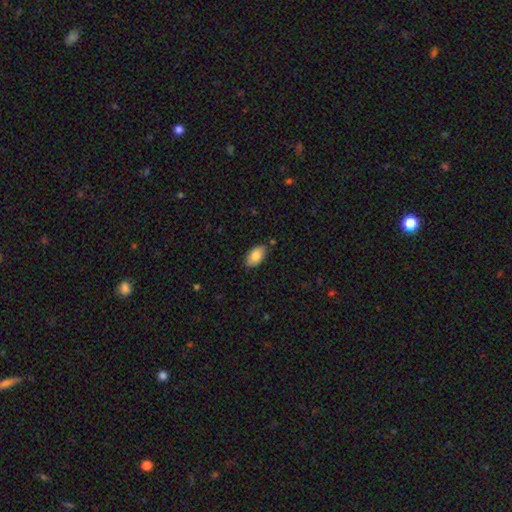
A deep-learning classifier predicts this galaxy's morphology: smooth_or_featured: smooth (p=0.83) [alt: featured or disk p=0.10]
how_rounded: in between (p=0.94) [alt: round p=0.04]
merging: none (p=0.83) [alt: minor disturbance p=0.13]